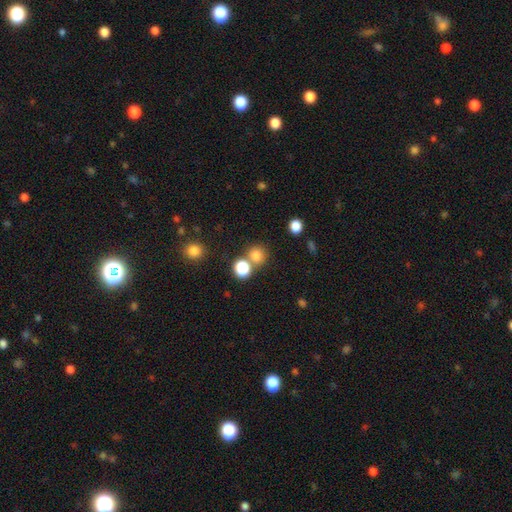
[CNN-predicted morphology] A smooth galaxy with no disk features (78%) that is round (89%). Merging: none (67%).